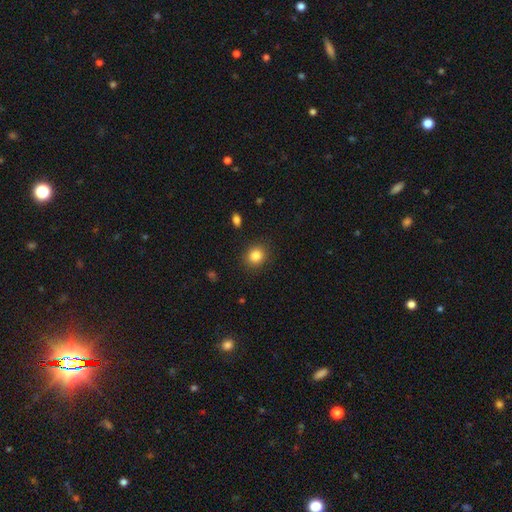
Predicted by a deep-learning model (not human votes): Q: Smooth or featured?
A: smooth (85%); runner-up: star or artifact (10%)
Q: How rounded?
A: round (80%); runner-up: in between (20%)
Q: Merging?
A: none (89%); runner-up: minor disturbance (8%)